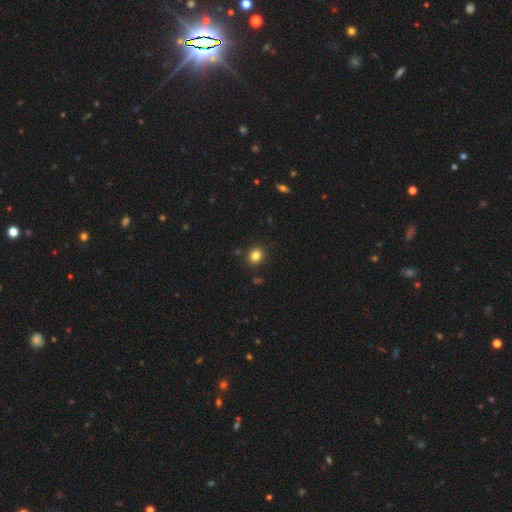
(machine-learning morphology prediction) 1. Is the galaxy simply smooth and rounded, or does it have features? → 83% smooth, 12% star or artifact, 6% featured or disk.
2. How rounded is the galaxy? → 63% round, 36% in between, 1% cigar-shaped.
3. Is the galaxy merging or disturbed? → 88% none, 8% minor disturbance, 2% major disturbance, 2% merger.